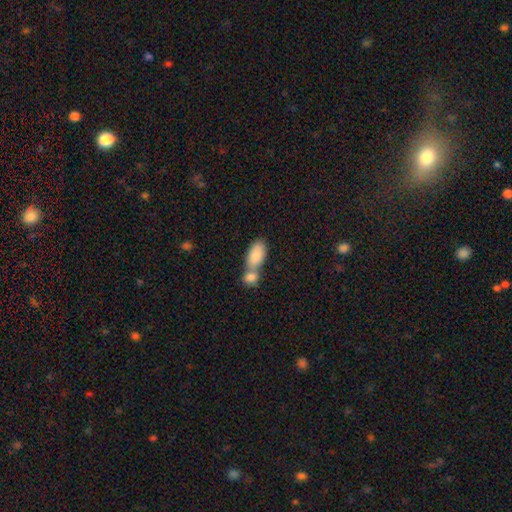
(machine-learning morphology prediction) The model was most divided on "merging": merger: 58%, none: 30%, minor disturbance: 9%, major disturbance: 4%. More confident: how rounded — in between (92%); smooth or featured — smooth (85%).